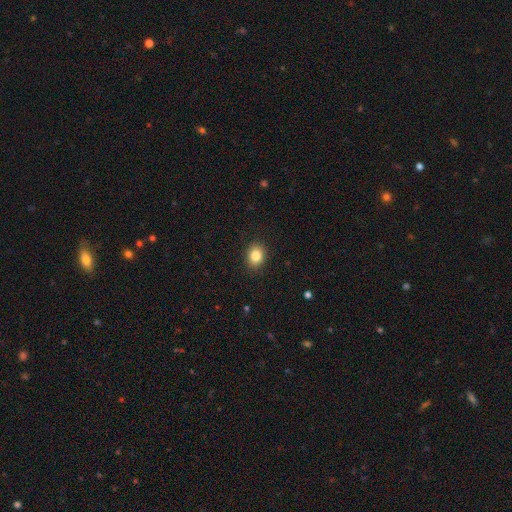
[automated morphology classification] Overall: smooth (85%). How rounded: round (54%; in between 45%). Merging: none (90%).